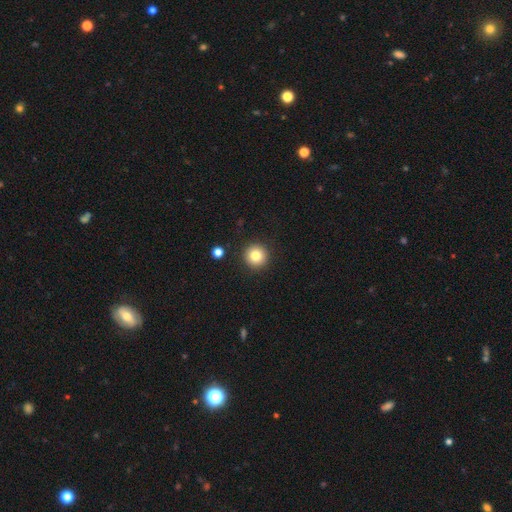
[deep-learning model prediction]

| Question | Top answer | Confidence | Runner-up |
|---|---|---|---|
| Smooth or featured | smooth | 82% | star or artifact (11%) |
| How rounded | round | 95% | in between (4%) |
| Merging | none | 91% | minor disturbance (5%) |